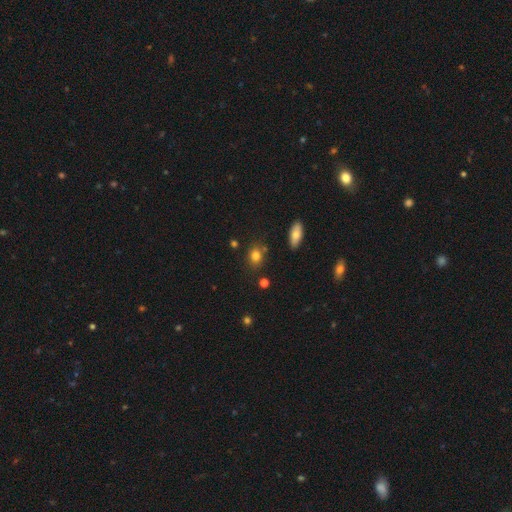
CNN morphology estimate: smooth 80%, star or artifact 12%, featured or disk 8%. Down the decision tree: how rounded — in between (53%); merging — none (77%).